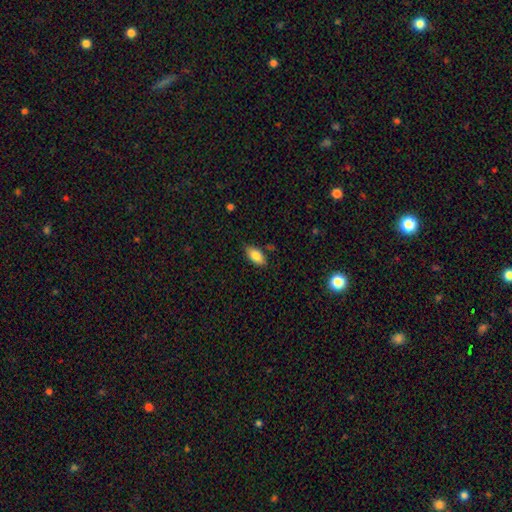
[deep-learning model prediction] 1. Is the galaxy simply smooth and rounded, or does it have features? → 83% smooth, 10% featured or disk, 7% star or artifact.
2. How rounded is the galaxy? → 91% in between, 5% cigar-shaped, 3% round.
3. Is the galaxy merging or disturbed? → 81% none, 14% minor disturbance, 3% major disturbance, 2% merger.